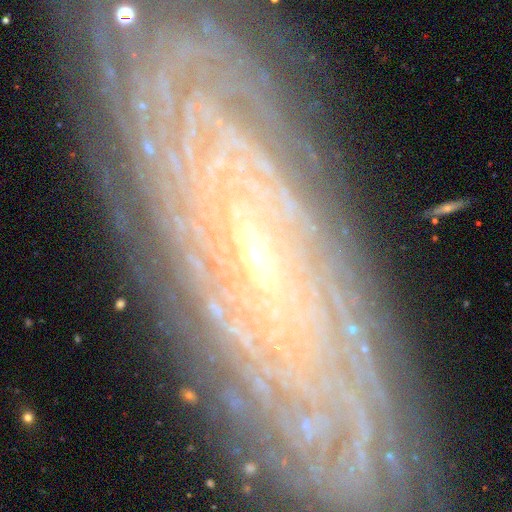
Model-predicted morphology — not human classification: Smooth or featured: featured or disk — 82% (star or artifact — 9%)
Edge-on disk: no — 84% (yes — 16%)
Bar: no — 52% (weak — 33%)
Spiral arms: yes — 92% (no — 8%)
Spiral winding: tight — 82% (medium — 13%)
Spiral arm count: can't tell — 49% (more than 4 — 18%)
Bulge size: small — 74% (moderate — 21%)
Merging: none — 81% (minor disturbance — 13%)